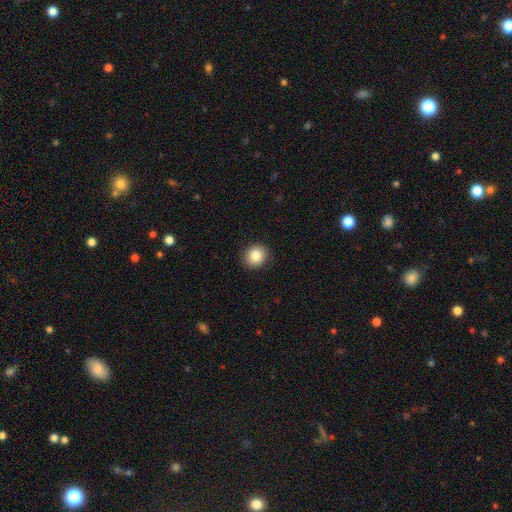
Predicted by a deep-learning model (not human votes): This is clearly a smooth galaxy (85%). How rounded: likely round (76%). Merging: clearly none (89%).